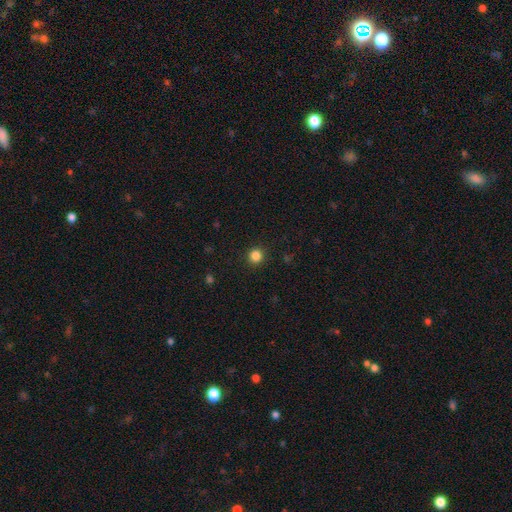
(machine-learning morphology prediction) Smooth or featured? Predicted: smooth (p=0.84). How rounded? Predicted: round (p=0.92). Merging? Predicted: none (p=0.92).